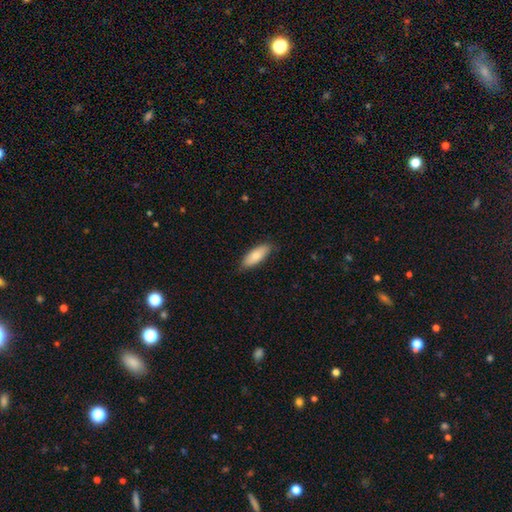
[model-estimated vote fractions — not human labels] The model was most divided on "how rounded": in between: 74%, cigar-shaped: 25%, round: 2%. More confident: merging — none (82%); smooth or featured — smooth (80%).